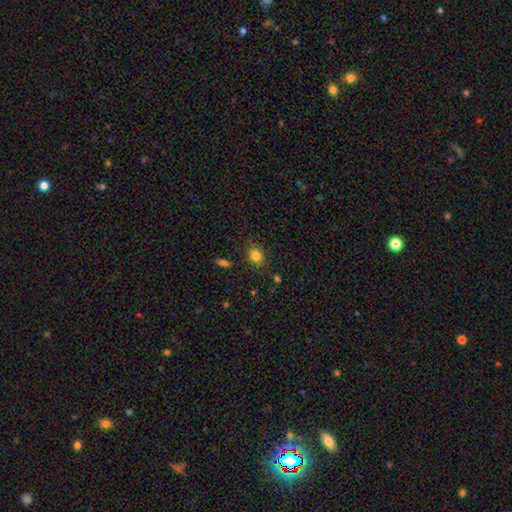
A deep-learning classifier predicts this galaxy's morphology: Q: Smooth or featured?
A: smooth (82%); runner-up: star or artifact (11%)
Q: How rounded?
A: round (61%); runner-up: in between (38%)
Q: Merging?
A: none (84%); runner-up: minor disturbance (11%)